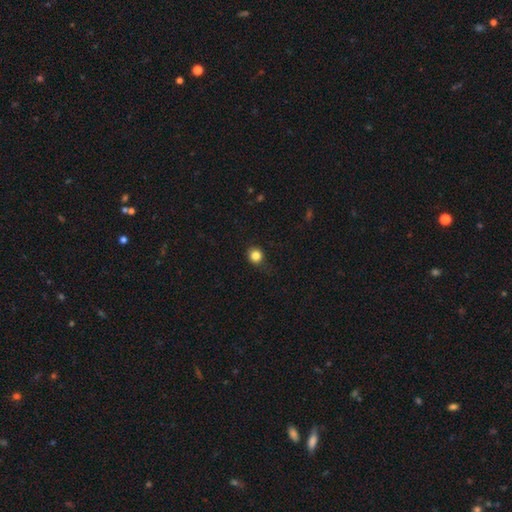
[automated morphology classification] Smooth or featured? Predicted: smooth (p=0.84). How rounded? Predicted: round (p=0.85). Merging? Predicted: none (p=0.82).